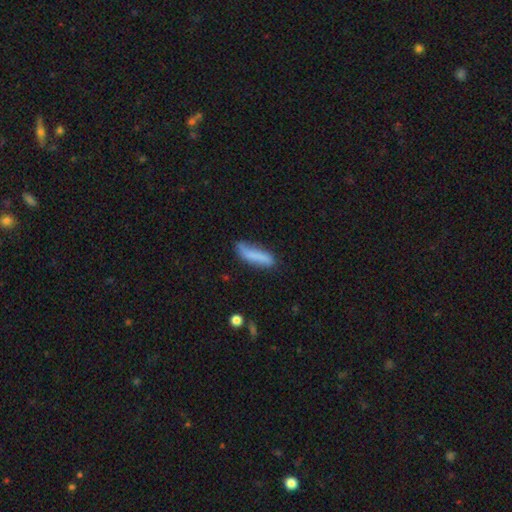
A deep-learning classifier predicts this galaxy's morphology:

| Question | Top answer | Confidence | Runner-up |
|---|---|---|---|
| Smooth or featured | smooth | 72% | featured or disk (21%) |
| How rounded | cigar-shaped | 69% | in between (29%) |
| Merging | none | 59% | minor disturbance (28%) |